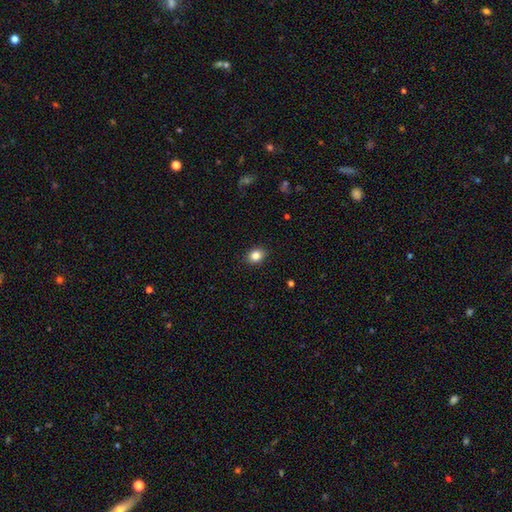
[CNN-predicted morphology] type=smooth (84%); roundness=in between (54%); merging=none (90%).